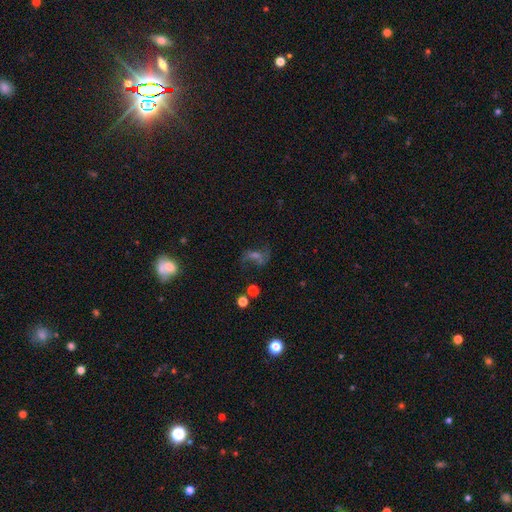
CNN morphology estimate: This appears to be a featured or disk galaxy (53%) with no bar (43%), spiral arms (79%) and a small central bulge (38%). Merging: none (53%).